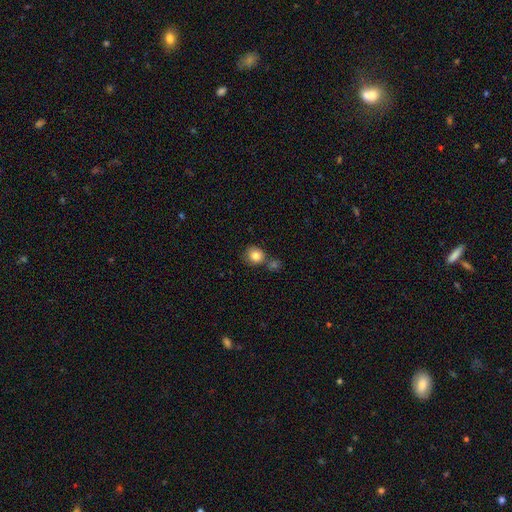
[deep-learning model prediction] This appears to be a smooth galaxy with no disk features (84%) that is round (86%). Merging: none (61%).